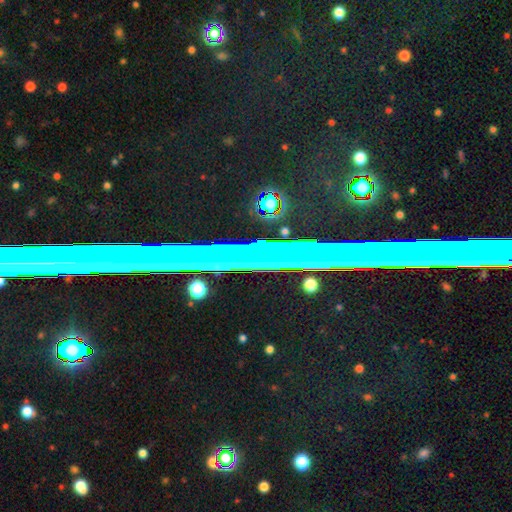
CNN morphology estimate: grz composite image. It shows a star or artifact, not a galaxy (62%).